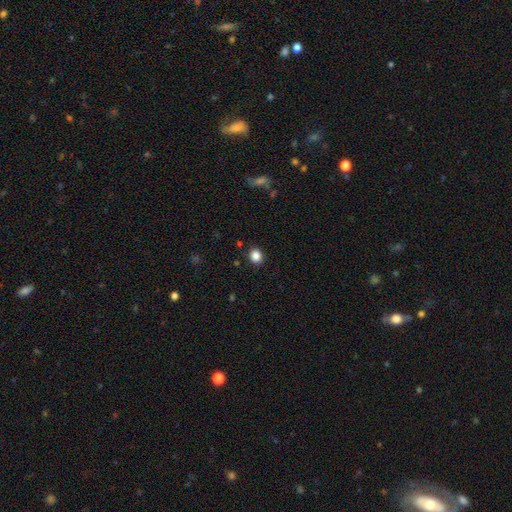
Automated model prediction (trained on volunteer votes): Overall: smooth (86%). How rounded: round (59%; in between 40%). Merging: none (89%).